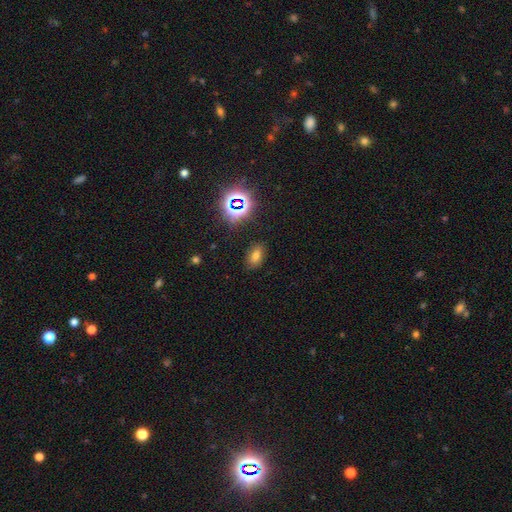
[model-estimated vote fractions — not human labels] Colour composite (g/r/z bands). It shows a smooth galaxy with no disk features (66%) that is in between round and cigar-shaped (85%). Merging: none (84%).